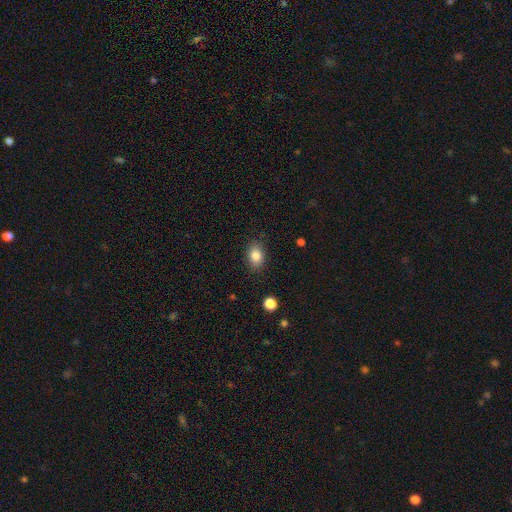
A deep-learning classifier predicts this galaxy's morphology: This appears to be a smooth galaxy with no disk features (84%) that is in between round and cigar-shaped (75%). Merging: none (86%).